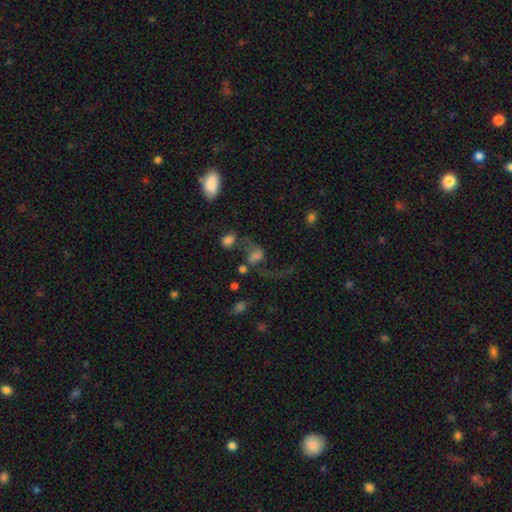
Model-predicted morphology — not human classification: Smooth or featured: featured or disk — 44% (smooth — 38%)
Merging: major disturbance — 34% (none — 30%)